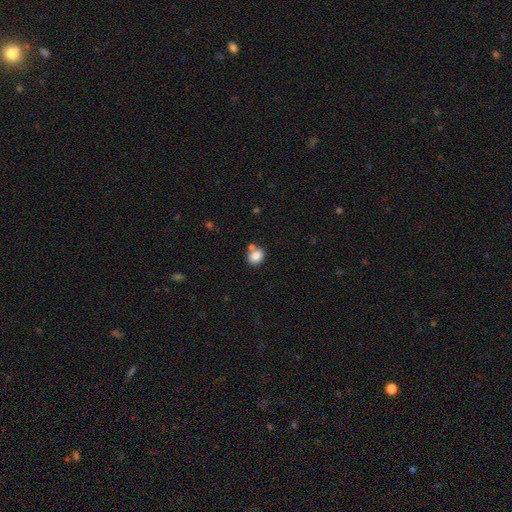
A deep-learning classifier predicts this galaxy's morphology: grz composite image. It shows a smooth galaxy with no disk features (84%) that is in between round and cigar-shaped (51%). Merging: none (61%).